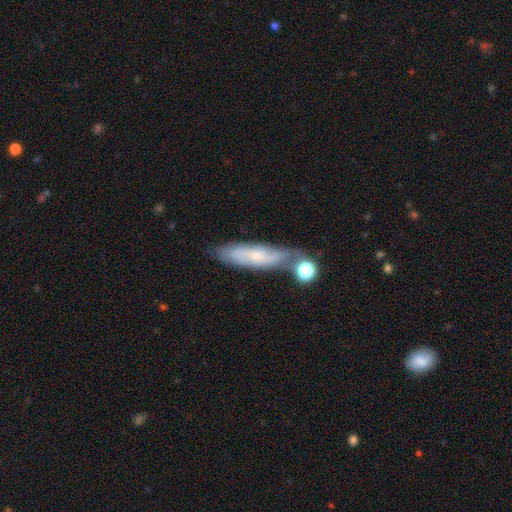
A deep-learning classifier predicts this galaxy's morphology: Smooth or featured? Predicted: featured or disk (p=0.47). Merging? Predicted: none (p=0.56).